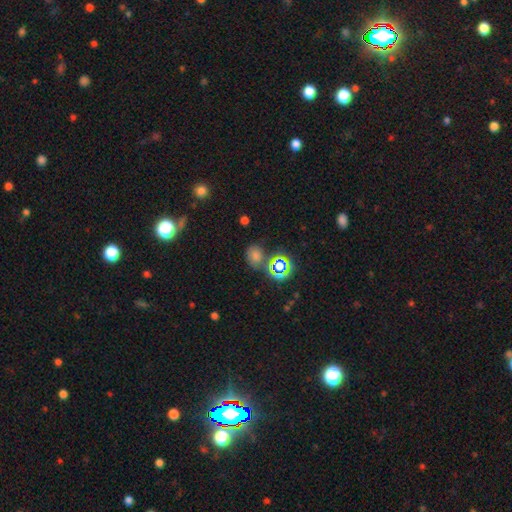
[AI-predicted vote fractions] Overall: star or artifact (48%; smooth 42%).